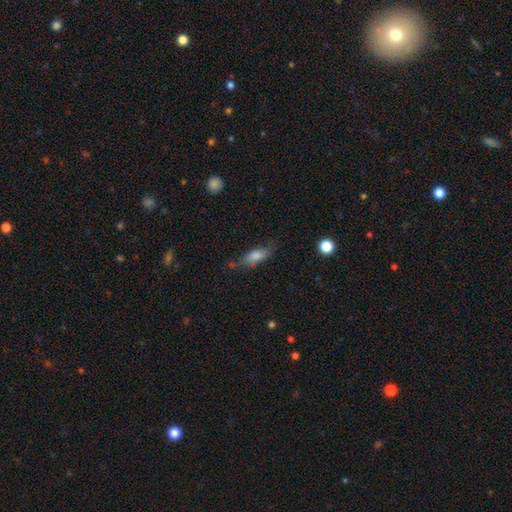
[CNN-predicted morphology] smooth_or_featured: smooth (p=0.74) [alt: featured or disk p=0.19]
how_rounded: in between (p=0.67) [alt: cigar-shaped p=0.29]
merging: none (p=0.64) [alt: minor disturbance p=0.25]